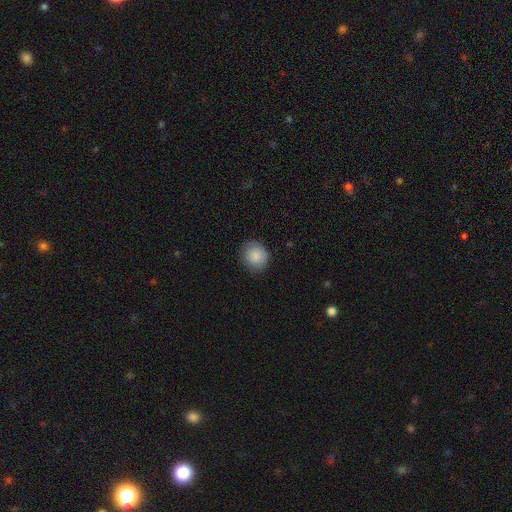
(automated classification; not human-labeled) smooth 87%, star or artifact 7%, featured or disk 5%. Down the decision tree: how rounded — round (73%); merging — none (83%).